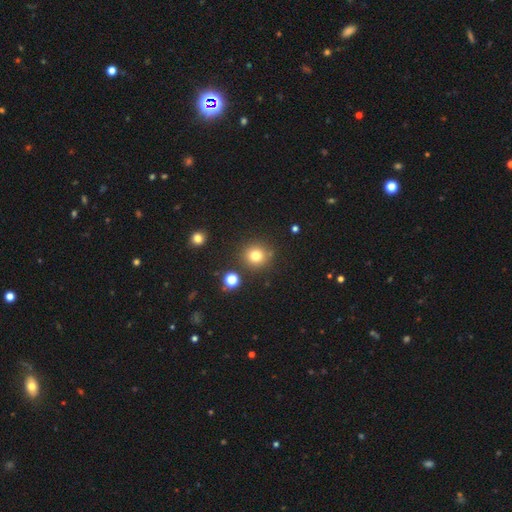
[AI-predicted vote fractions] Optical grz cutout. It shows a smooth galaxy with no disk features (77%) that is round (92%). Merging: none (84%).